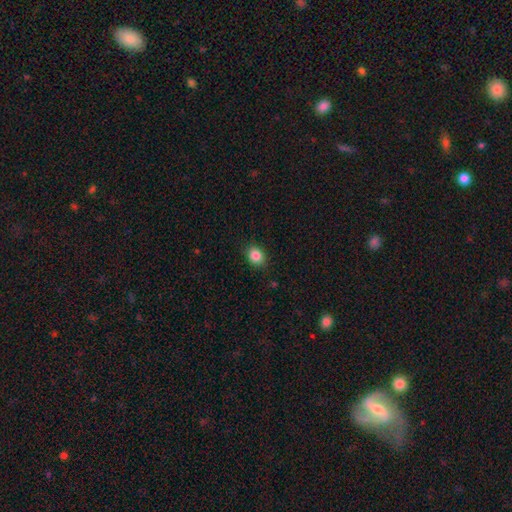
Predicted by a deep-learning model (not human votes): Smooth or featured?
  - smooth: 86% *
  - star or artifact: 10%
  - featured or disk: 4%
How rounded?
  - round: 52% *
  - in between: 47%
  - cigar-shaped: 1%
Merging?
  - none: 86% *
  - minor disturbance: 11%
  - major disturbance: 3%
  - merger: 1%